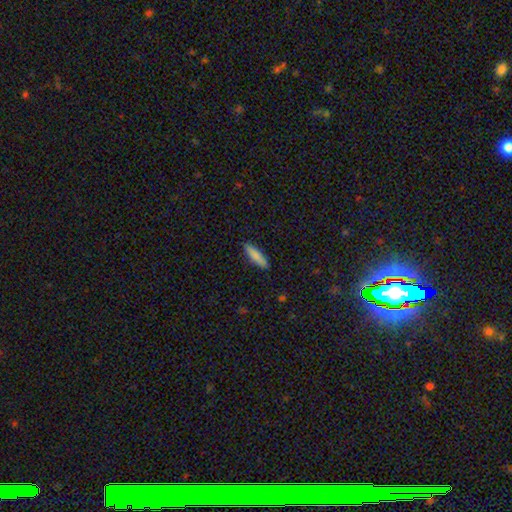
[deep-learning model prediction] This appears to be a smooth galaxy with no disk features (84%) that is cigar-shaped (74%). Merging: none (89%).